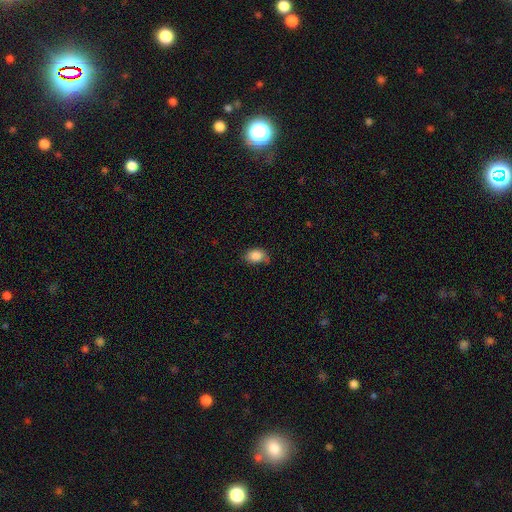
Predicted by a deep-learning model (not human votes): A smooth galaxy with no disk features (86%) that is in between round and cigar-shaped (77%).

Vote fractions:
- Smooth or featured? smooth: 86% / star or artifact: 8% / featured or disk: 6%
- How rounded? in between: 77% / round: 21% / cigar-shaped: 1%
- Merging? none: 60% / minor disturbance: 31% / major disturbance: 7% / merger: 2%